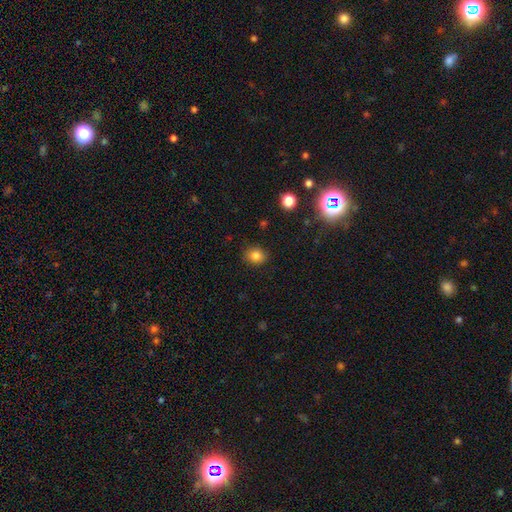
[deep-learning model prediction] smooth-or-featured: smooth: 82% | star or artifact: 12% | featured or disk: 6%
  how-rounded: round: 68% | in between: 32% | cigar-shaped: 1%
  merging: none: 87% | minor disturbance: 9% | major disturbance: 2% | merger: 1%